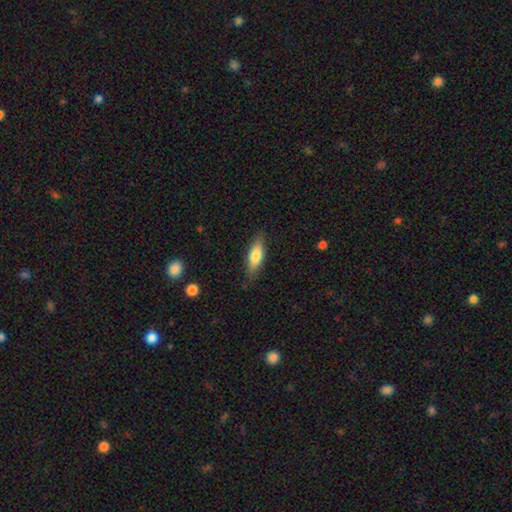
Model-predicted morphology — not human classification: type=smooth (72%); roundness=in between (58%); merging=none (83%).